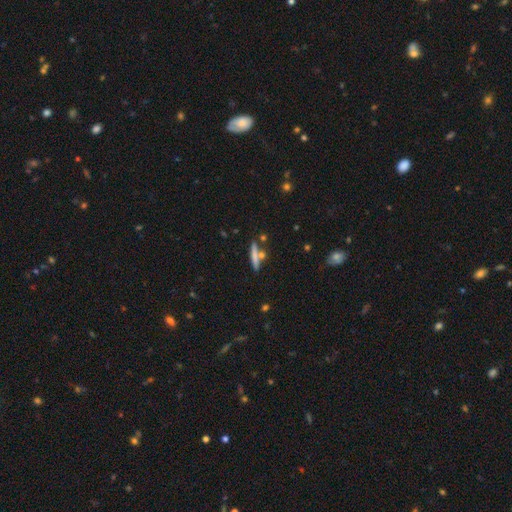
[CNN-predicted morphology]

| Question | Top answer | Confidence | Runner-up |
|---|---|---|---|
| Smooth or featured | smooth | 63% | featured or disk (29%) |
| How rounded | cigar-shaped | 89% | in between (9%) |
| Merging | none | 70% | merger (16%) |